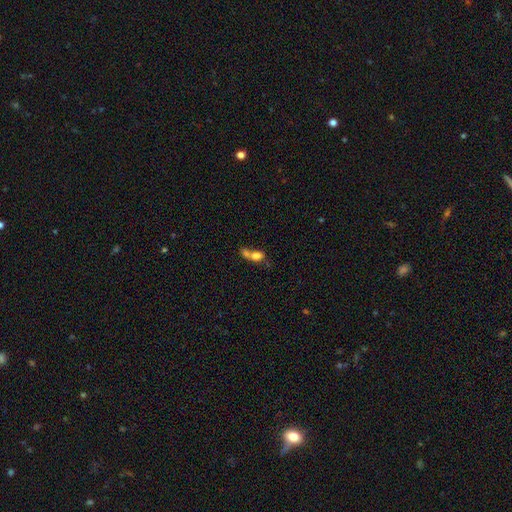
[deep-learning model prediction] Smooth or featured? smooth (73%)
How rounded? in between (69%)
Merging? merger (72%)